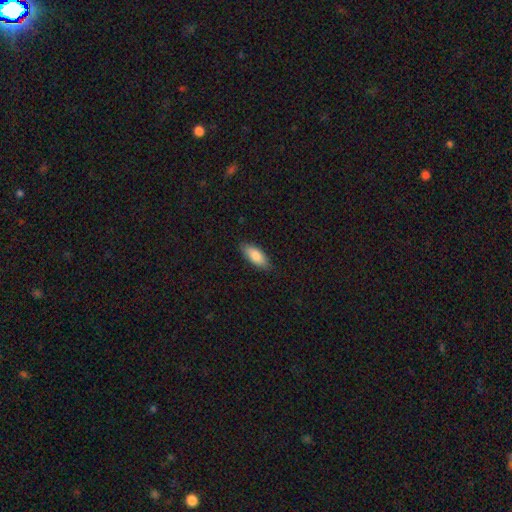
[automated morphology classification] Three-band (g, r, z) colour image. It shows a smooth galaxy with no disk features (85%) that is in between round and cigar-shaped (83%). Merging: none (85%).